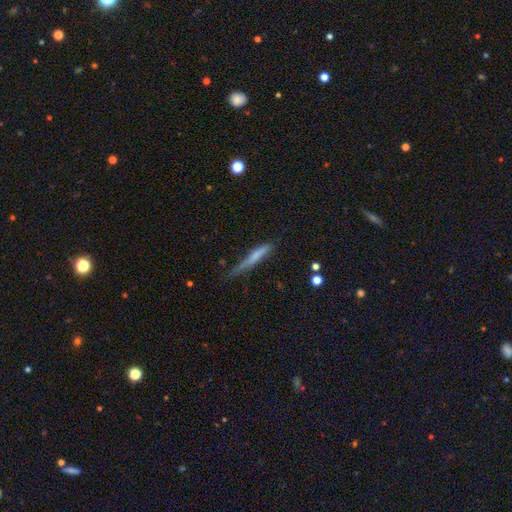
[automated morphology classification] Smooth or featured: smooth — 63% (featured or disk — 30%)
How rounded: cigar-shaped — 93% (in between — 5%)
Merging: none — 53% (minor disturbance — 33%)